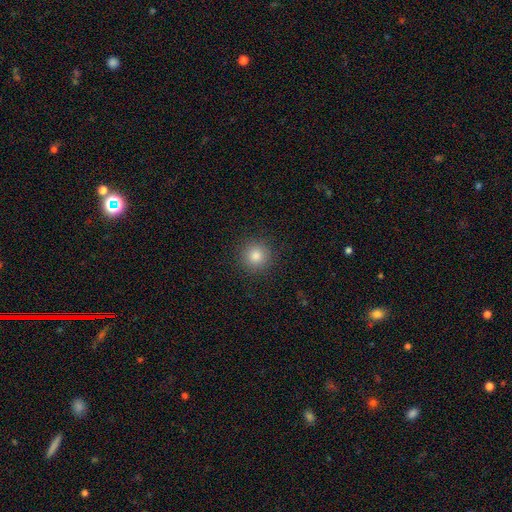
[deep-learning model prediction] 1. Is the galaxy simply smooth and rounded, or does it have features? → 83% smooth, 12% star or artifact, 5% featured or disk.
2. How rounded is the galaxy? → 95% round, 4% in between, 1% cigar-shaped.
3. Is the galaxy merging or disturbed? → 92% none, 5% minor disturbance, 2% major disturbance, 1% merger.